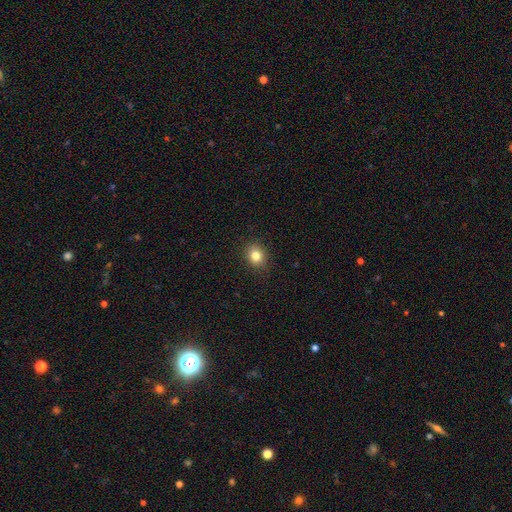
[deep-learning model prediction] Smooth or featured? Predicted: smooth (p=0.82). How rounded? Predicted: round (p=0.68). Merging? Predicted: none (p=0.89).